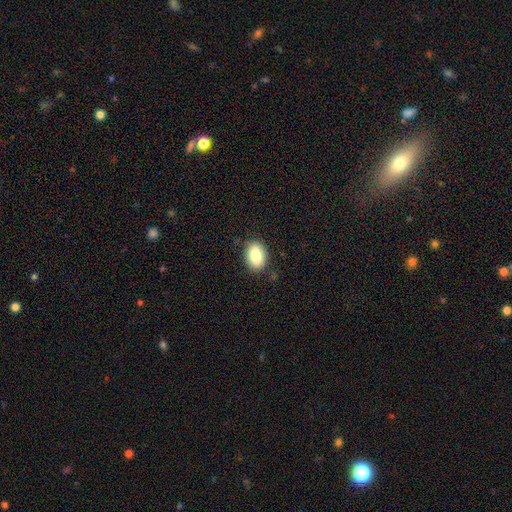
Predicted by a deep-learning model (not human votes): Smooth or featured? Predicted: smooth (p=0.82). How rounded? Predicted: in between (p=0.75). Merging? Predicted: none (p=0.84).